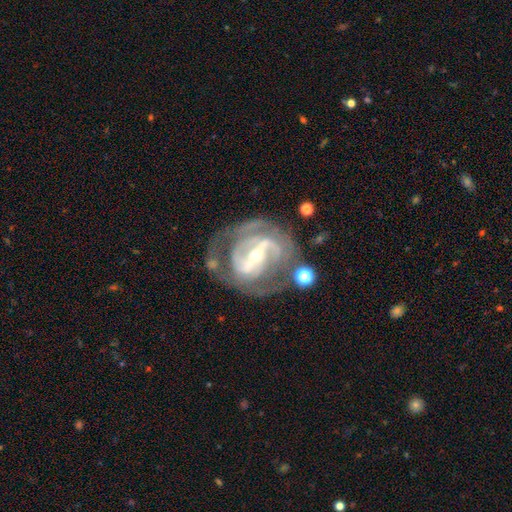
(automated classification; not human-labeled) This is clearly a featured or disk galaxy (89%). It is clearly not viewed edge-on (95%). Bar: likely strong (71%). Spiral arm pattern: clearly yes (91%). Spiral arm count: possibly 2 (58%). Spiral winding: marginally tight (45%). Central bulge: likely small (65%). Merging: possibly none (56%).